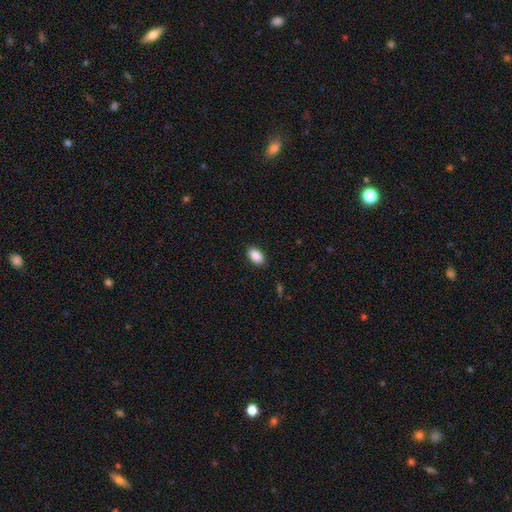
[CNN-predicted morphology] Smooth or featured? smooth (90%)
How rounded? in between (93%)
Merging? none (88%)